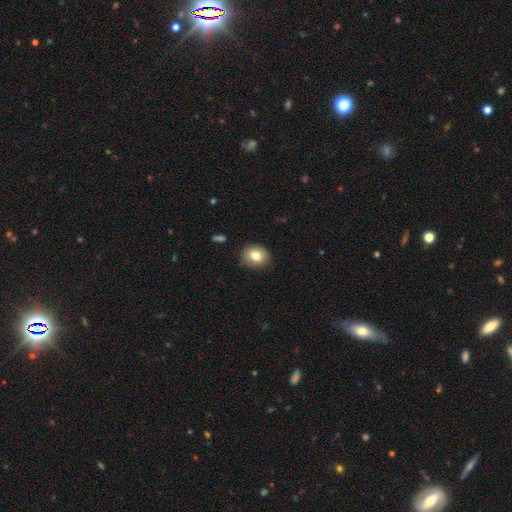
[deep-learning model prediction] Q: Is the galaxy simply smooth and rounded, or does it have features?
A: smooth — 80%.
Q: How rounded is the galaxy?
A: round — 65%.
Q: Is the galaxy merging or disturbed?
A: none — 86%.